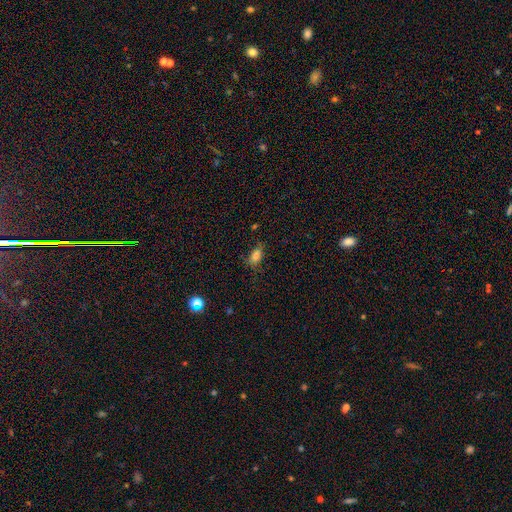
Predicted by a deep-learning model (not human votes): smooth_or_featured: smooth (p=0.79) [alt: star or artifact p=0.12]
how_rounded: in between (p=0.86) [alt: round p=0.09]
merging: none (p=0.63) [alt: minor disturbance p=0.26]